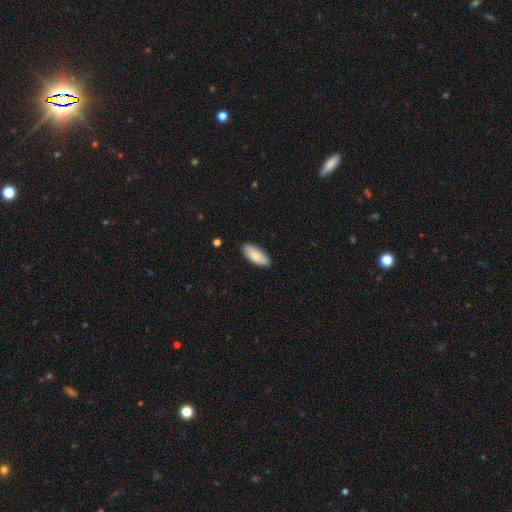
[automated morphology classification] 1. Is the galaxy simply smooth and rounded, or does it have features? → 81% smooth, 13% featured or disk, 6% star or artifact.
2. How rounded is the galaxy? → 82% in between, 16% cigar-shaped, 2% round.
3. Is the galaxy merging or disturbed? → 86% none, 11% minor disturbance, 2% major disturbance, 1% merger.